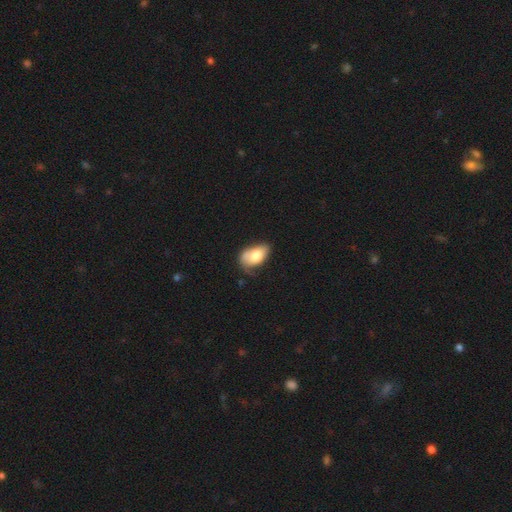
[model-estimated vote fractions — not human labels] Overall: smooth (70%). How rounded: in between (90%). Merging: minor disturbance (37%; none 34%).